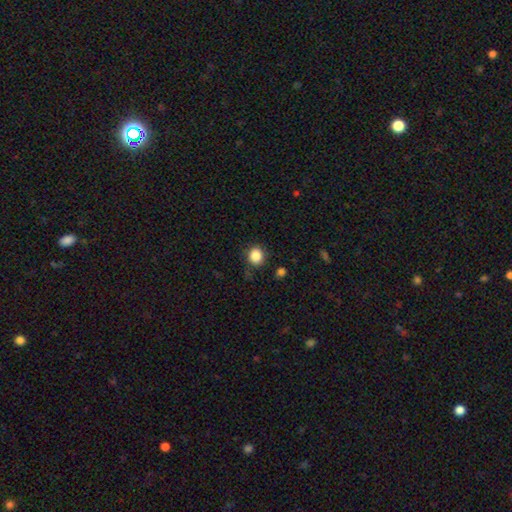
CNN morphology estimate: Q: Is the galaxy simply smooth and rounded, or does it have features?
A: smooth — 86%.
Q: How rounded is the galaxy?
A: round — 81%.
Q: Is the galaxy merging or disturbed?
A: none — 83%.